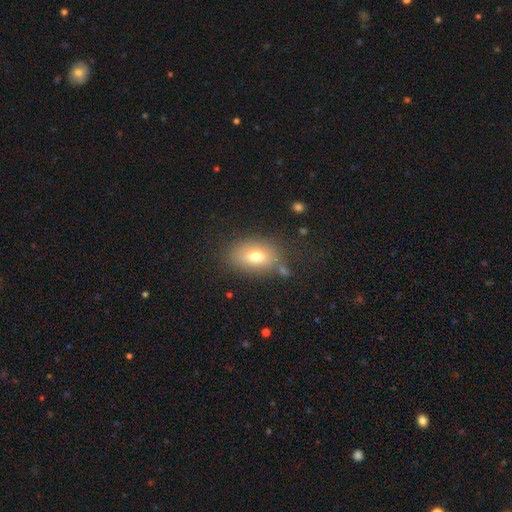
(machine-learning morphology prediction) Smooth or featured?
  - smooth: 72% *
  - featured or disk: 17%
  - star or artifact: 11%
How rounded?
  - in between: 81% *
  - round: 17%
  - cigar-shaped: 2%
Merging?
  - none: 74% *
  - minor disturbance: 15%
  - major disturbance: 5%
  - merger: 5%